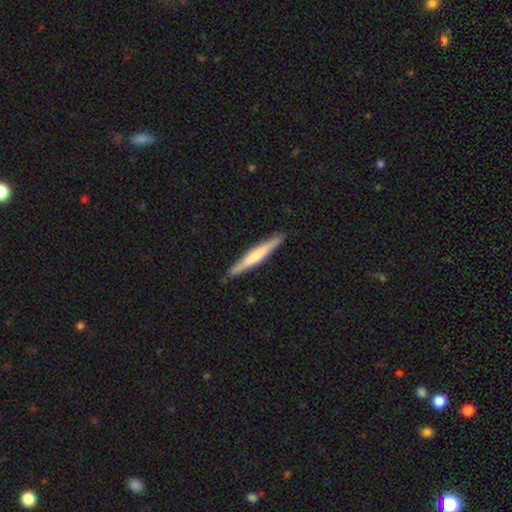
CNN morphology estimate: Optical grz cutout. It shows a featured or disk galaxy (48%). Merging: none (89%).